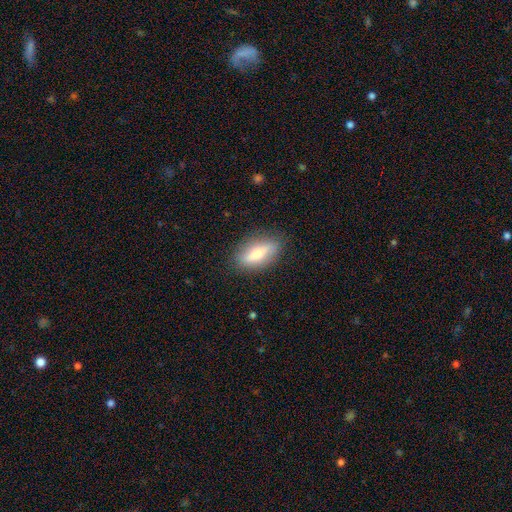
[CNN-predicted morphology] smooth 60%, featured or disk 33%, star or artifact 8%. Down the decision tree: how rounded — in between (75%); merging — none (86%).